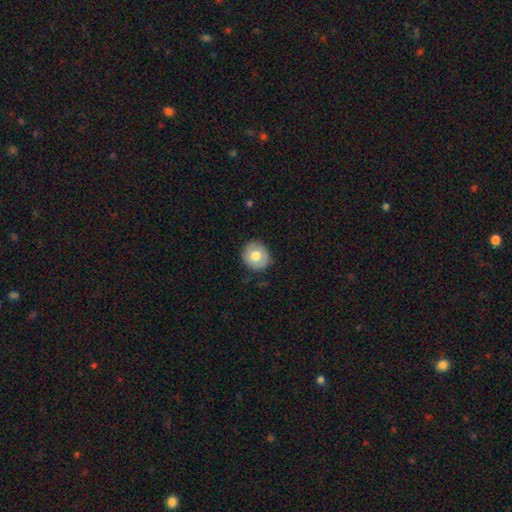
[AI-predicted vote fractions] smooth 71%, featured or disk 22%, star or artifact 7%. Down the decision tree: how rounded — round (84%); merging — none (85%).